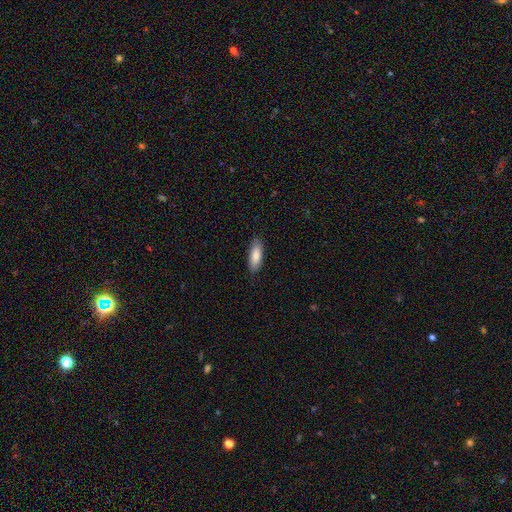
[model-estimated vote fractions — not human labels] This appears to be a smooth galaxy with no disk features (86%) that is in between round and cigar-shaped (64%). Merging: none (87%).